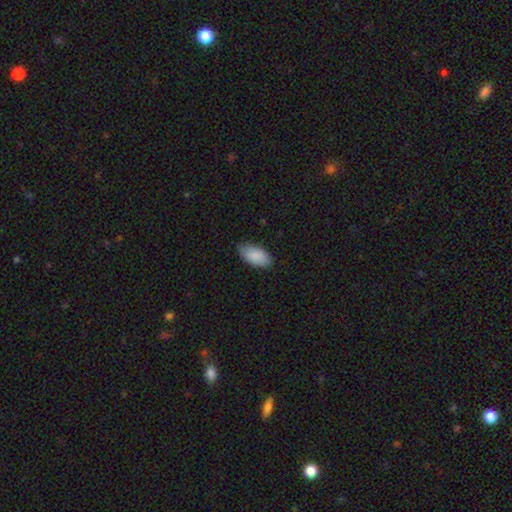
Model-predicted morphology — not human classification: Overall: smooth (89%). How rounded: in between (95%). Merging: none (79%).